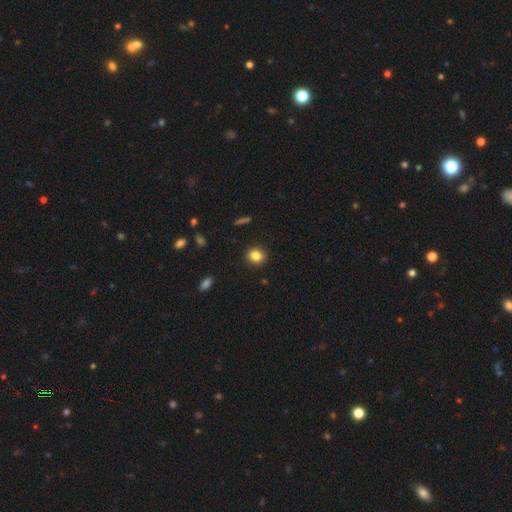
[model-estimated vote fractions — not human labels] smooth_or_featured: smooth (p=0.84) [alt: star or artifact p=0.11]
how_rounded: round (p=0.80) [alt: in between p=0.19]
merging: none (p=0.91) [alt: minor disturbance p=0.06]